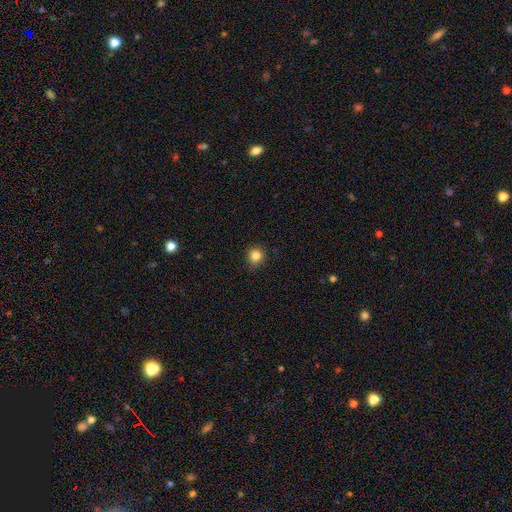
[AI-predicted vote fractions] Q: Smooth or featured?
A: smooth (85%); runner-up: star or artifact (11%)
Q: How rounded?
A: round (91%); runner-up: in between (8%)
Q: Merging?
A: none (88%); runner-up: minor disturbance (10%)